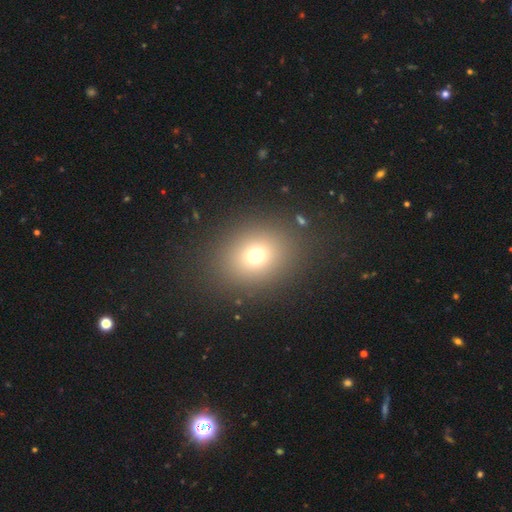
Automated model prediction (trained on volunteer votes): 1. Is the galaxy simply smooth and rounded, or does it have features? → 71% smooth, 19% star or artifact, 11% featured or disk.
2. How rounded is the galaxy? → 61% round, 38% in between, 1% cigar-shaped.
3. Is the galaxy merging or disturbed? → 86% none, 7% minor disturbance, 5% major disturbance, 2% merger.